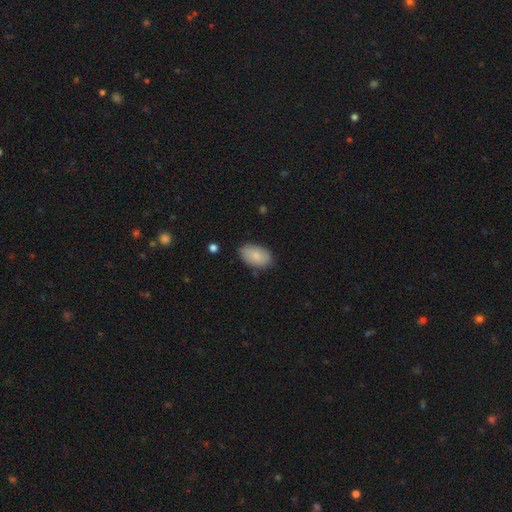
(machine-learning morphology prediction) smooth-or-featured: smooth: 83% | featured or disk: 11% | star or artifact: 6%
  how-rounded: in between: 92% | round: 7% | cigar-shaped: 1%
  merging: none: 83% | minor disturbance: 13% | major disturbance: 3% | merger: 1%